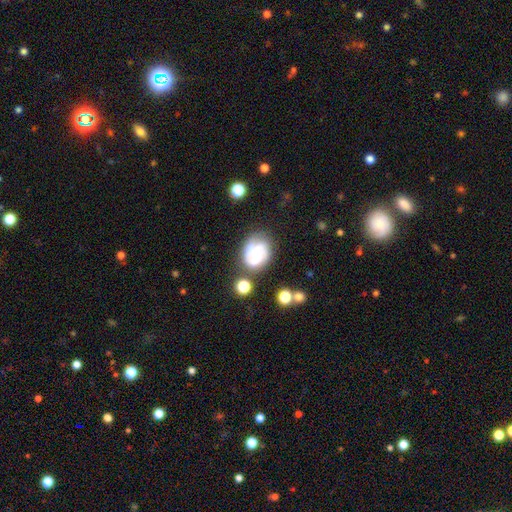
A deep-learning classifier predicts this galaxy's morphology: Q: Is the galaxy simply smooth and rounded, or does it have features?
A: featured or disk — 67%.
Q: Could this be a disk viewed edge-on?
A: no — 97%.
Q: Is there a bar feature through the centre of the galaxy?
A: no — 47%.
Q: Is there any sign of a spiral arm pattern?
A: yes — 88%.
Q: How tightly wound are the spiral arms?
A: medium — 44%.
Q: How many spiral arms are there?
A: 2 — 50%.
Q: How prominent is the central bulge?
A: moderate — 40%.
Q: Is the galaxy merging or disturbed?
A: none — 58%.